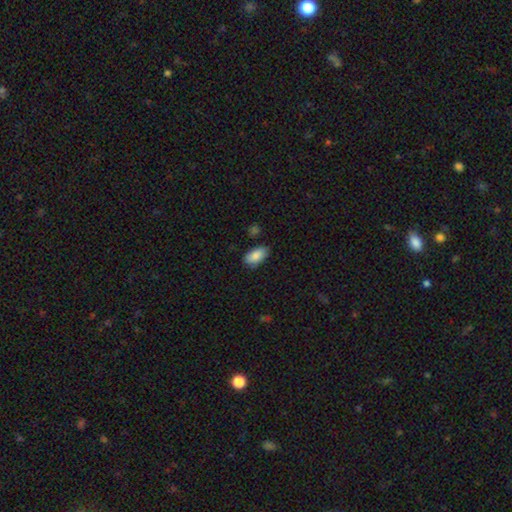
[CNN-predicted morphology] smooth 86%, featured or disk 7%, star or artifact 7%. Down the decision tree: how rounded — in between (93%); merging — none (76%).